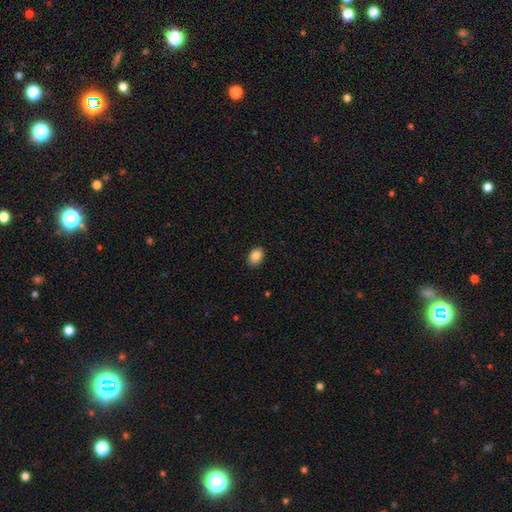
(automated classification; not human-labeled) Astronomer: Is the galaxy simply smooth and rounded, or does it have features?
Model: smooth — 87%.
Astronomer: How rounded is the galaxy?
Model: in between — 74%.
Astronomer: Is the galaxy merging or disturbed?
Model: none — 89%.